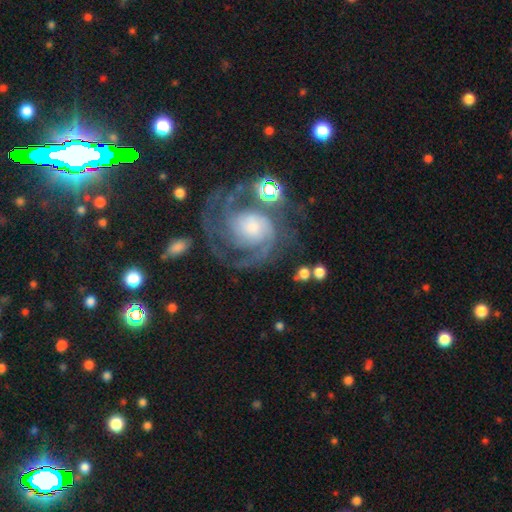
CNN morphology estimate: The model was most divided on "bulge size": small: 44%, moderate: 32%, large: 14%, none: 8%, dominant: 3%. More confident: edge-on disk — no (98%); spiral arms — yes (97%); smooth or featured — featured or disk (86%); bar — no (69%); merging — none (67%); spiral winding — tight (57%); spiral arm count — 2 (54%).